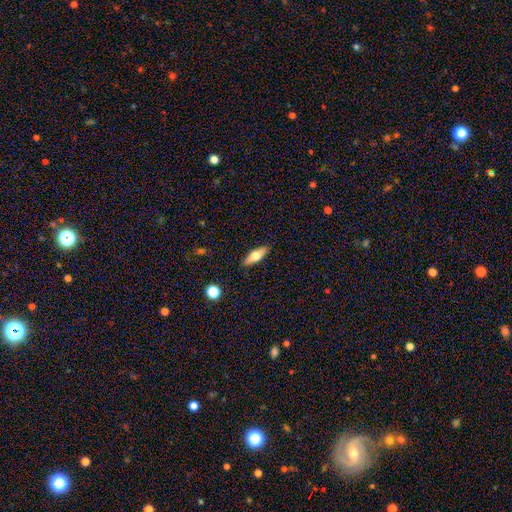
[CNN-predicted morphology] smooth-or-featured: smooth: 57% | featured or disk: 36% | star or artifact: 7%
  how-rounded: in between: 57% | cigar-shaped: 40% | round: 3%
  merging: none: 88% | minor disturbance: 9% | major disturbance: 2% | merger: 1%